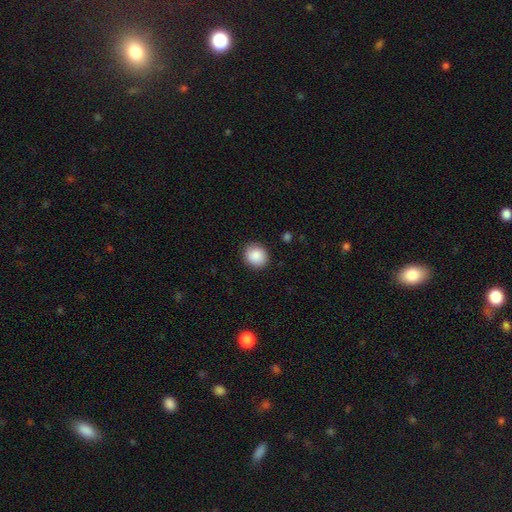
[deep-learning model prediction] smooth 88%, star or artifact 8%, featured or disk 4%. Down the decision tree: how rounded — round (80%); merging — none (89%).